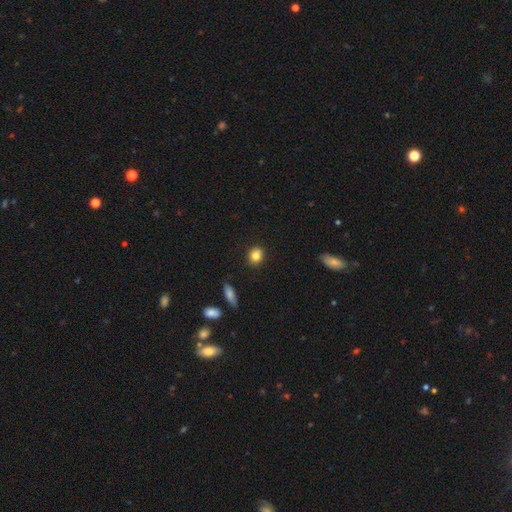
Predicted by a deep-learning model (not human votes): smooth-or-featured: smooth: 83% | star or artifact: 10% | featured or disk: 7%
  how-rounded: round: 69% | in between: 30% | cigar-shaped: 1%
  merging: none: 86% | minor disturbance: 10% | merger: 2% | major disturbance: 2%